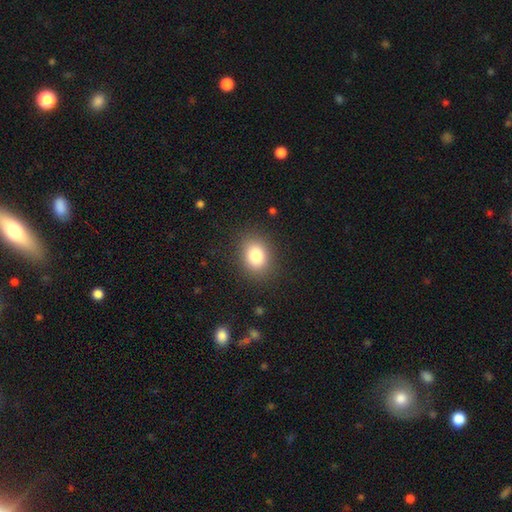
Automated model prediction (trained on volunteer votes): Overall: smooth (82%). How rounded: in between (55%; round 44%). Merging: none (86%).